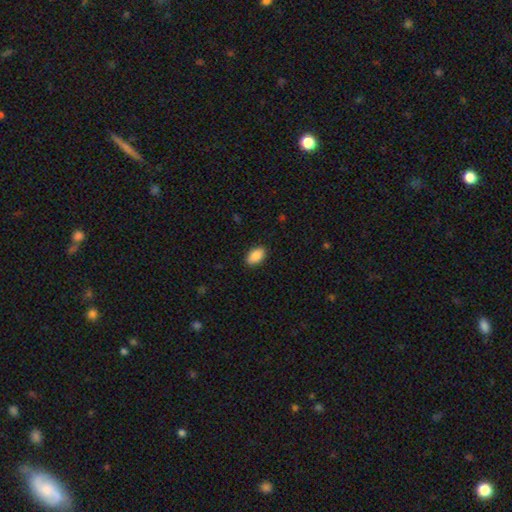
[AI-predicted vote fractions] Smooth or featured: smooth — 88% (star or artifact — 7%)
How rounded: in between — 92% (round — 6%)
Merging: none — 89% (minor disturbance — 8%)